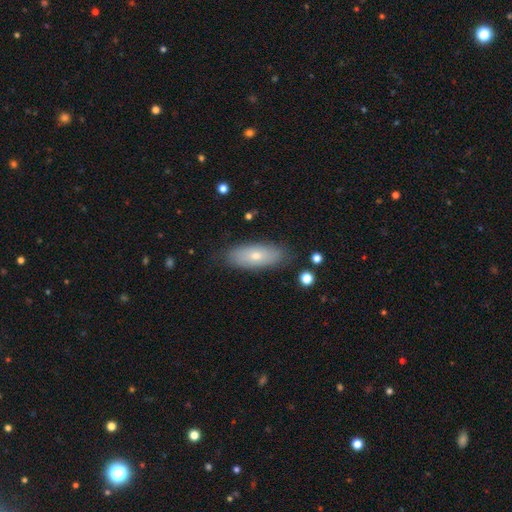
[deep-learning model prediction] This appears to be a smooth galaxy with no disk features (63%) that is in between round and cigar-shaped (75%). Merging: none (84%).